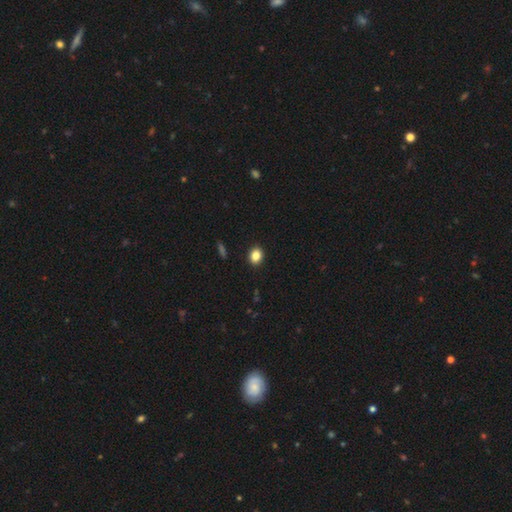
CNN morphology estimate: Smooth or featured: smooth — 85% (star or artifact — 10%)
How rounded: round — 52% (in between — 47%)
Merging: none — 91% (minor disturbance — 6%)